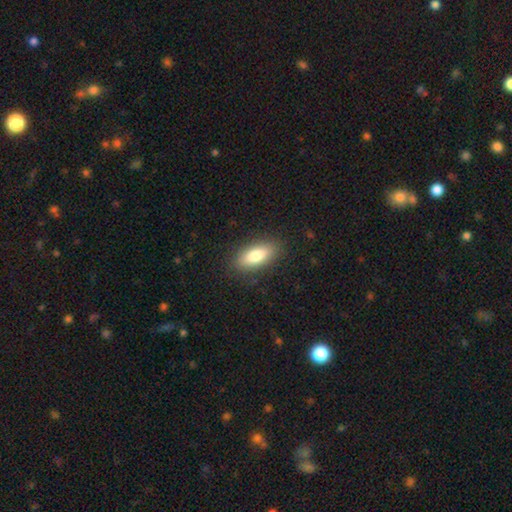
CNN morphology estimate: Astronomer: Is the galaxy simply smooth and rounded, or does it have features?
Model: smooth — 79%.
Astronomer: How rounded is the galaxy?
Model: in between — 81%.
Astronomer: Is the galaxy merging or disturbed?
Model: none — 87%.